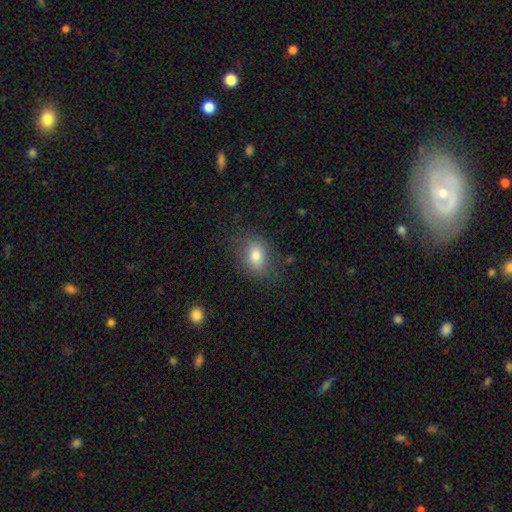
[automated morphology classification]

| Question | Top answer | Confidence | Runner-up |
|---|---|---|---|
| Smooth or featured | smooth | 81% | featured or disk (10%) |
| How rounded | in between | 71% | round (28%) |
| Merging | none | 79% | minor disturbance (15%) |